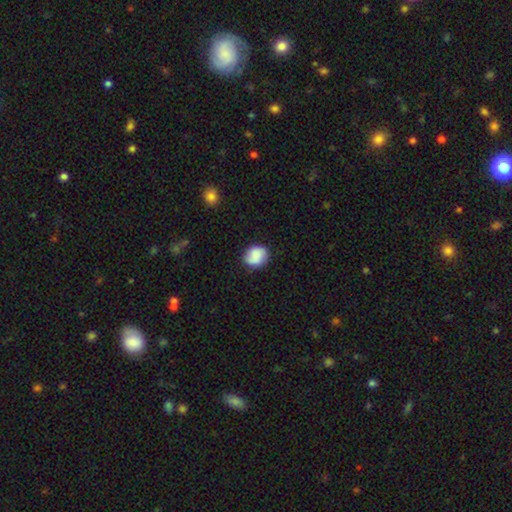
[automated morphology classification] This appears to be a smooth galaxy with no disk features (79%) that is round (65%). Merging: none (77%).